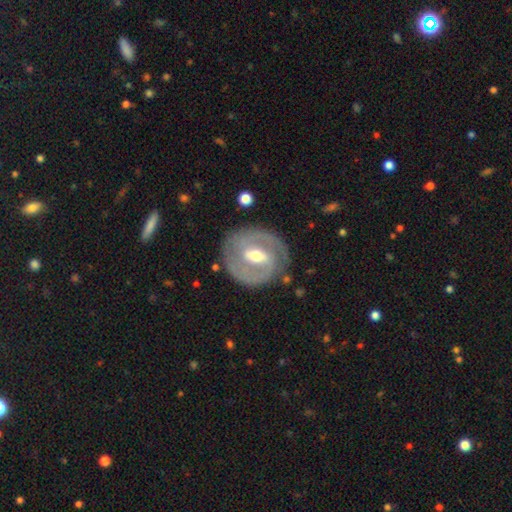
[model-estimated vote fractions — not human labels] This is clearly a featured or disk galaxy (81%). It is clearly not viewed edge-on (96%). Bar: possibly weak (48%). Spiral arm pattern: clearly yes (83%). Spiral arm count: likely 2 (75%). Spiral winding: possibly tight (54%). Central bulge: likely moderate (67%). Merging: likely none (79%).